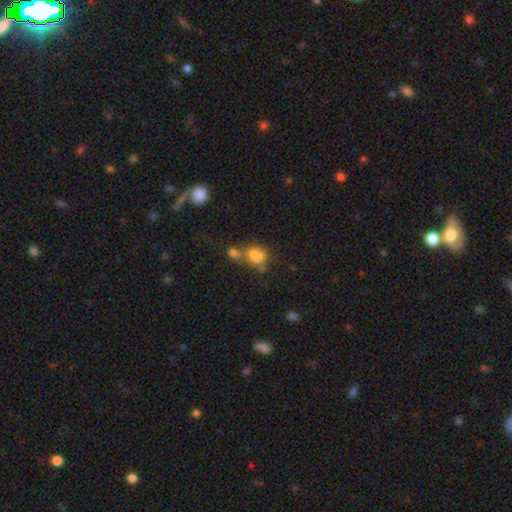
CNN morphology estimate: Q: Smooth or featured?
A: smooth (65%); runner-up: featured or disk (21%)
Q: How rounded?
A: round (55%); runner-up: in between (44%)
Q: Merging?
A: merger (59%); runner-up: none (23%)